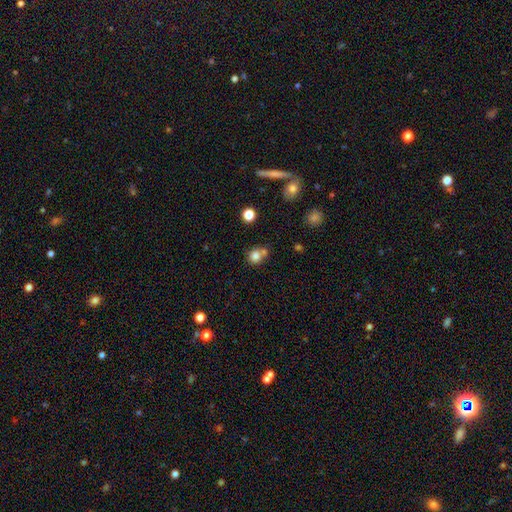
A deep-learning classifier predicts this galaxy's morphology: This is clearly a smooth galaxy (80%). How rounded: clearly round (84%). Merging: possibly none (53%).